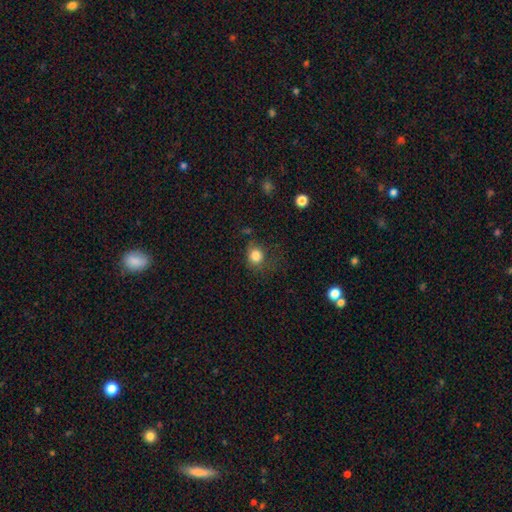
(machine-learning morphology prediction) This appears to be a smooth galaxy with no disk features (83%) that is round (78%). Merging: none (63%).